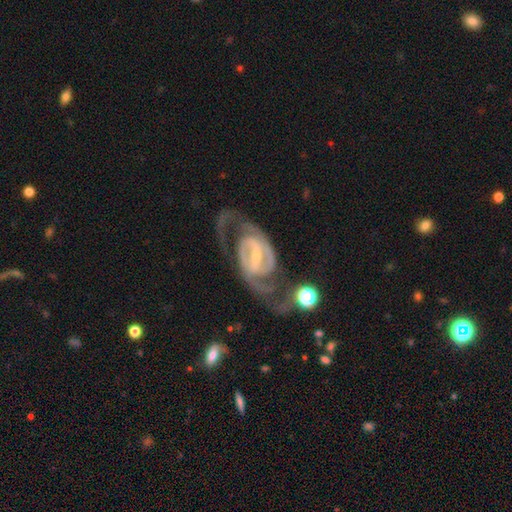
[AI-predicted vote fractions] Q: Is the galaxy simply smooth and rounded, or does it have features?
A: featured or disk — 91%.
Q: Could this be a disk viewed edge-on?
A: no — 96%.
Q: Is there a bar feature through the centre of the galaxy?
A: strong — 54%.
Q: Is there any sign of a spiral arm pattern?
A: yes — 96%.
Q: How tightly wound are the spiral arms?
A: medium — 52%.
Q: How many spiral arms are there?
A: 2 — 89%.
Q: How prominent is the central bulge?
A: small — 68%.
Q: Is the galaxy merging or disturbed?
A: none — 67%.